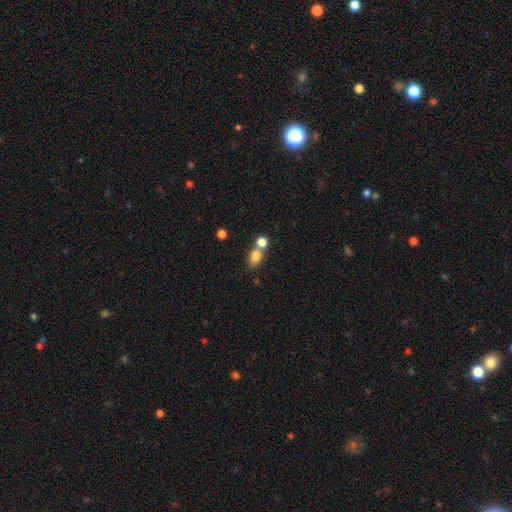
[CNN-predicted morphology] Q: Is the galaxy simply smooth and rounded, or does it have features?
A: smooth — 81%.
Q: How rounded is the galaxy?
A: in between — 71%.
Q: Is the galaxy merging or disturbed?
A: merger — 44%.